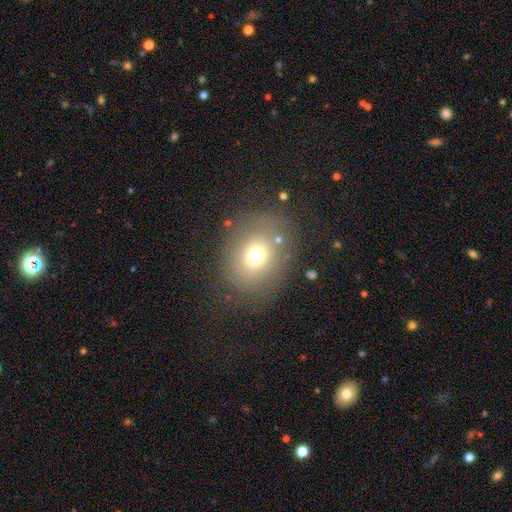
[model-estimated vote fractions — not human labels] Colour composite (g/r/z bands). It shows a smooth galaxy with no disk features (69%) that is round (68%). Merging: none (77%).